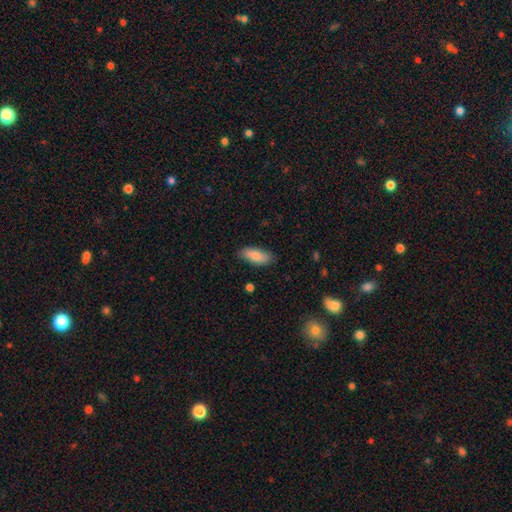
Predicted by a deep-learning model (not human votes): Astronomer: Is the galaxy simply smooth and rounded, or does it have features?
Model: smooth — 84%.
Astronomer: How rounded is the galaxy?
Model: in between — 82%.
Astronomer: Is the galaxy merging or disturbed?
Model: none — 83%.